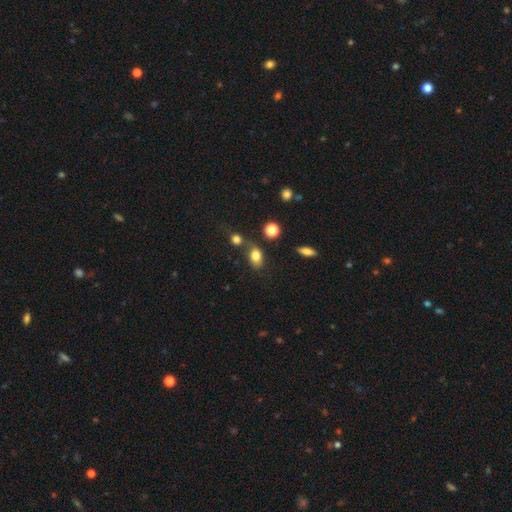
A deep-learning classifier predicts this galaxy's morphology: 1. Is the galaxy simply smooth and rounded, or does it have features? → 80% smooth, 11% star or artifact, 9% featured or disk.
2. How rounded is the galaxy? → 75% in between, 23% round, 2% cigar-shaped.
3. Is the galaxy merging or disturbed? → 60% none, 17% merger, 17% minor disturbance, 6% major disturbance.